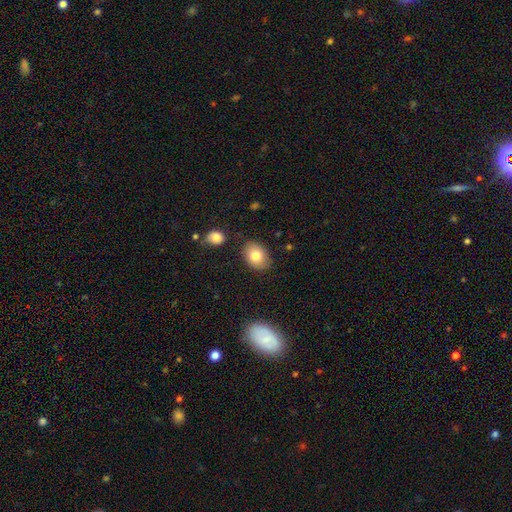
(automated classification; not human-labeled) Overall: smooth (80%). How rounded: in between (73%). Merging: none (82%).